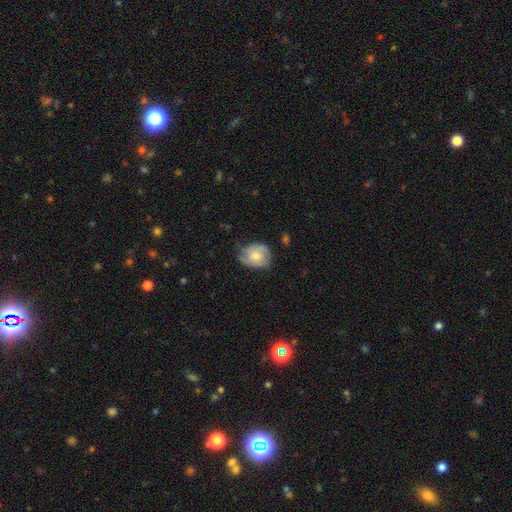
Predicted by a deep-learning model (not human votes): This is possibly a smooth galaxy (48%). Merging: possibly none (53%).